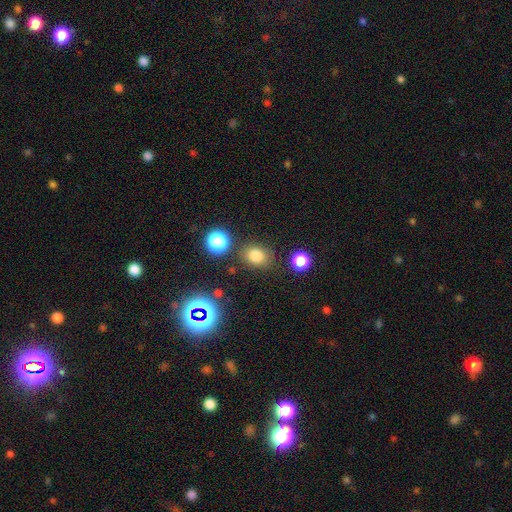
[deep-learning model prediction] Q: Smooth or featured?
A: smooth (78%); runner-up: star or artifact (16%)
Q: How rounded?
A: round (55%); runner-up: in between (44%)
Q: Merging?
A: none (80%); runner-up: minor disturbance (12%)